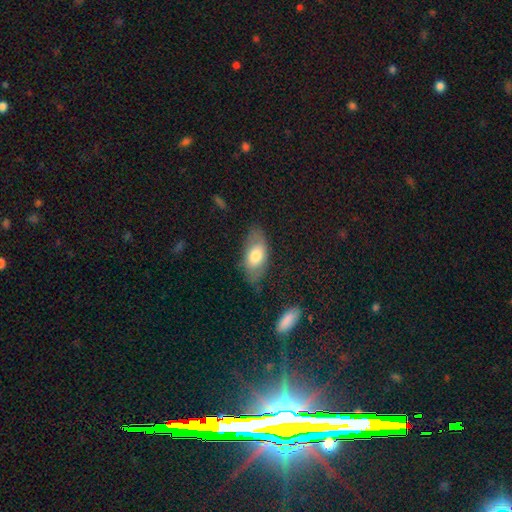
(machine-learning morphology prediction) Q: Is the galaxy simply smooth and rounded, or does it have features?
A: smooth — 70%.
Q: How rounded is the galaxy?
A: in between — 89%.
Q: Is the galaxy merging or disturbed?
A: none — 67%.